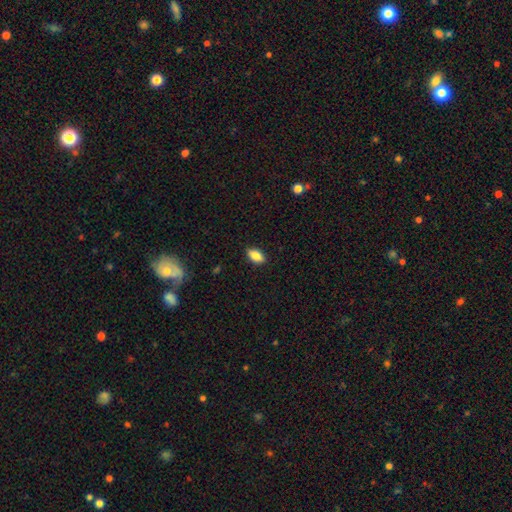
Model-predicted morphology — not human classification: This appears to be a smooth galaxy with no disk features (84%) that is in between round and cigar-shaped (90%). Merging: none (89%).